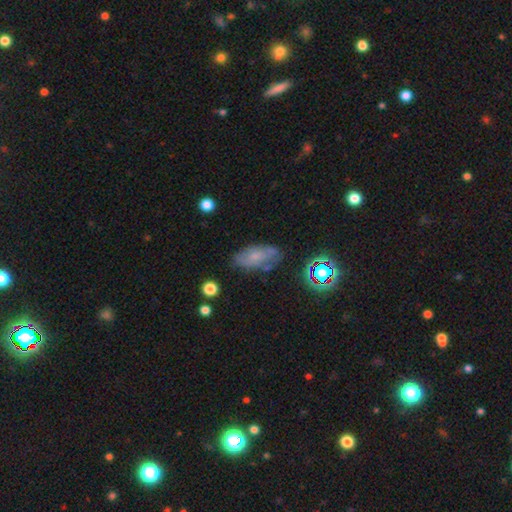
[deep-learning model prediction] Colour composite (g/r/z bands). It shows a smooth galaxy with no disk features (43%). Merging: none (66%).